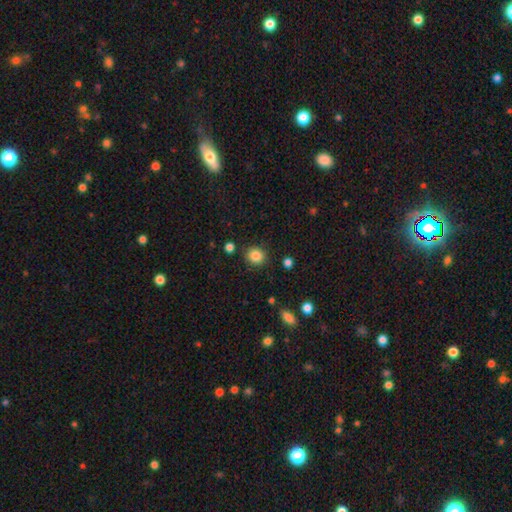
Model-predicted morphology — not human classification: This is clearly a smooth galaxy (85%). How rounded: clearly round (82%). Merging: clearly none (86%).